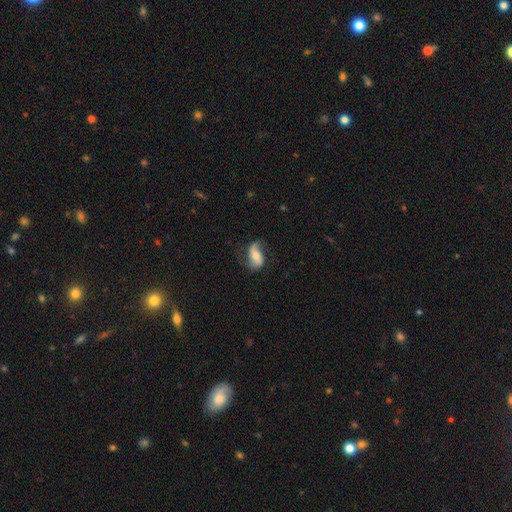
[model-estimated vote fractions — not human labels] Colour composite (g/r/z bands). It shows a featured or disk galaxy (65%) with no bar (40%), 2 (85%) loose (61%) spiral arms (90%) and a moderate central bulge (51%). Merging: none (63%).